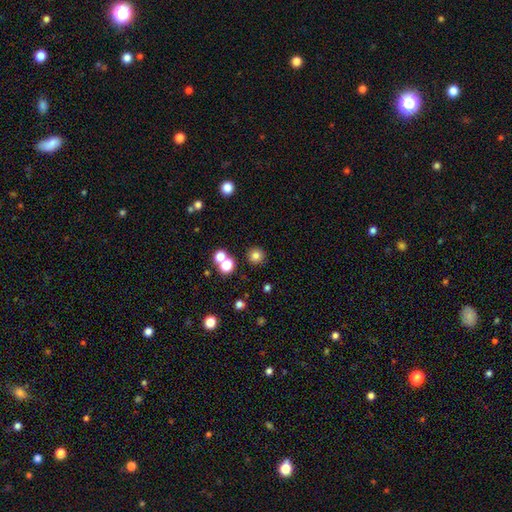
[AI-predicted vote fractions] Smooth or featured?
  - smooth: 78% *
  - star or artifact: 15%
  - featured or disk: 7%
How rounded?
  - round: 93% *
  - in between: 6%
  - cigar-shaped: 1%
Merging?
  - none: 83% *
  - merger: 8%
  - minor disturbance: 6%
  - major disturbance: 3%